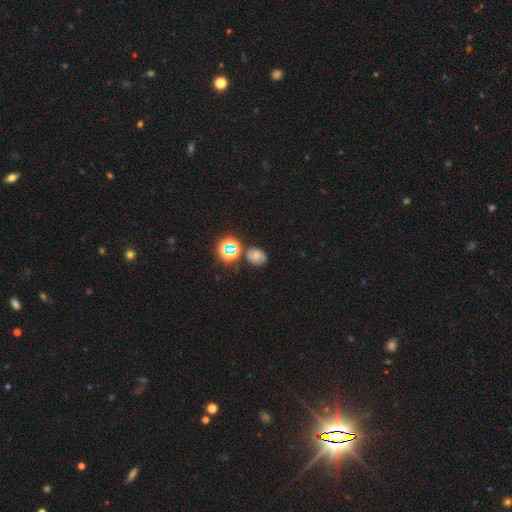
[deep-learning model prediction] Smooth or featured? smooth (51%)
How rounded? round (53%)
Merging? none (67%)